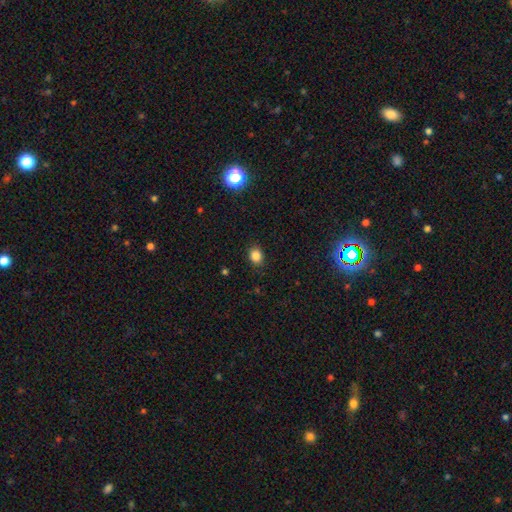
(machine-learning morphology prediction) Q: Smooth or featured?
A: smooth (84%); runner-up: star or artifact (12%)
Q: How rounded?
A: round (51%); runner-up: in between (48%)
Q: Merging?
A: none (87%); runner-up: minor disturbance (9%)